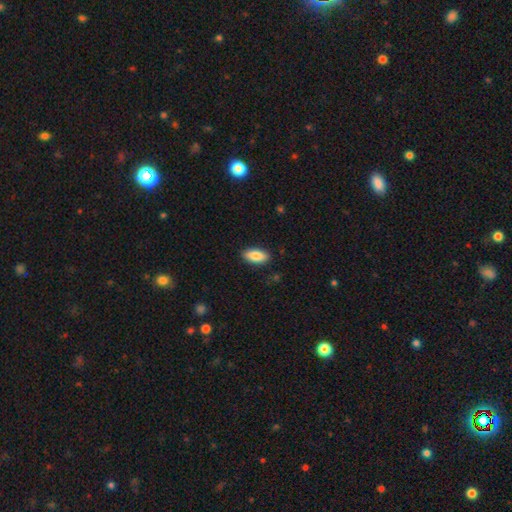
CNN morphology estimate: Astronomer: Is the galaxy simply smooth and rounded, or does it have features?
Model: smooth — 85%.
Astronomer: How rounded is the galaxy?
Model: in between — 88%.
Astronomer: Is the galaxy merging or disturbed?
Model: none — 88%.